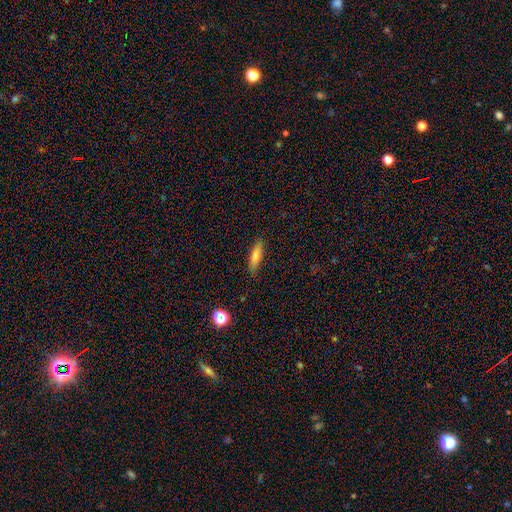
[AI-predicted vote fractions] This appears to be a smooth galaxy with no disk features (78%) that is cigar-shaped (58%). Merging: none (83%).